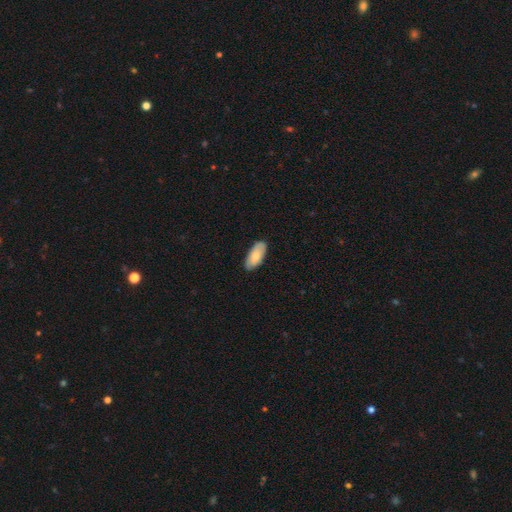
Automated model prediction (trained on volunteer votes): Smooth or featured?
  - smooth: 74% *
  - featured or disk: 20%
  - star or artifact: 6%
How rounded?
  - in between: 91% *
  - cigar-shaped: 7%
  - round: 2%
Merging?
  - none: 84% *
  - minor disturbance: 13%
  - major disturbance: 2%
  - merger: 1%